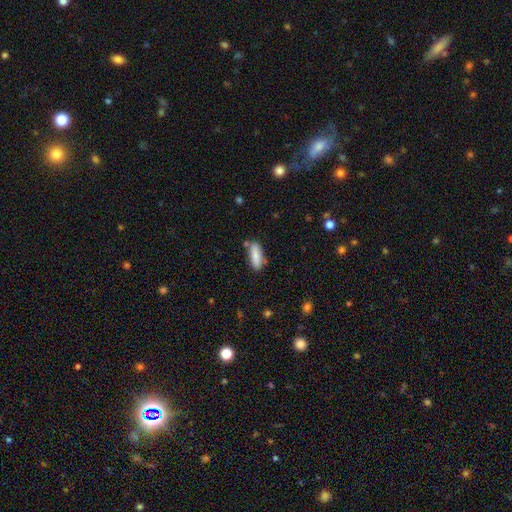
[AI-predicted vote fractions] smooth 82%, featured or disk 12%, star or artifact 7%. Down the decision tree: how rounded — in between (60%); merging — none (74%).